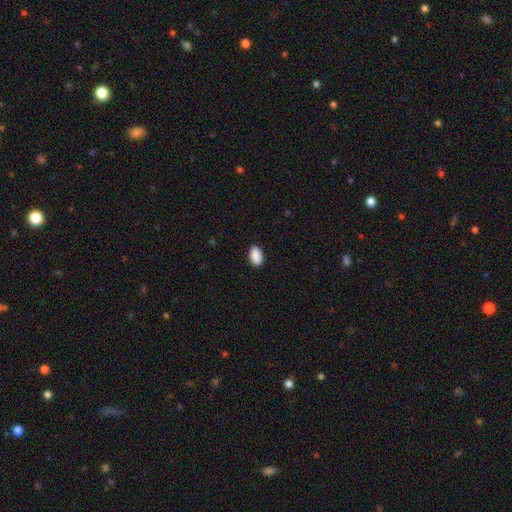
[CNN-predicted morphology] smooth 91%, star or artifact 7%, featured or disk 2%. Down the decision tree: how rounded — in between (93%); merging — none (89%).